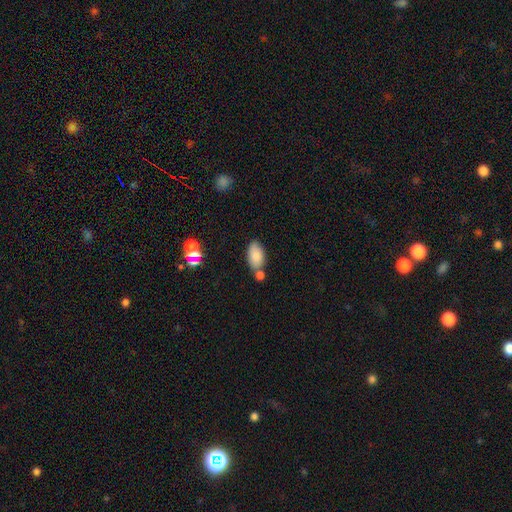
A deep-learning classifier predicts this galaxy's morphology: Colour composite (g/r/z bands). It shows a smooth galaxy with no disk features (81%) that is in between round and cigar-shaped (93%). Merging: none (55%).